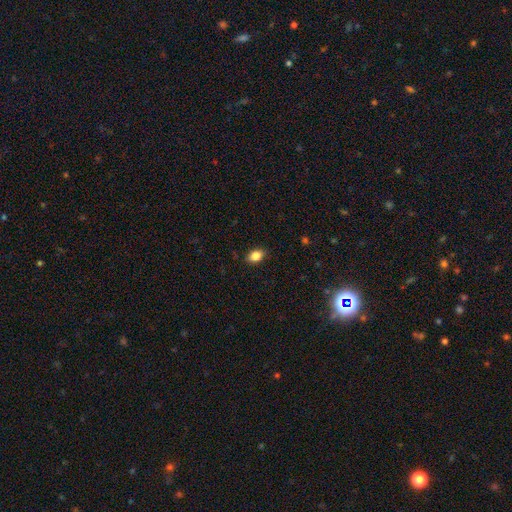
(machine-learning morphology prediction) Q: Smooth or featured?
A: smooth (85%); runner-up: star or artifact (9%)
Q: How rounded?
A: in between (81%); runner-up: round (18%)
Q: Merging?
A: none (87%); runner-up: minor disturbance (10%)